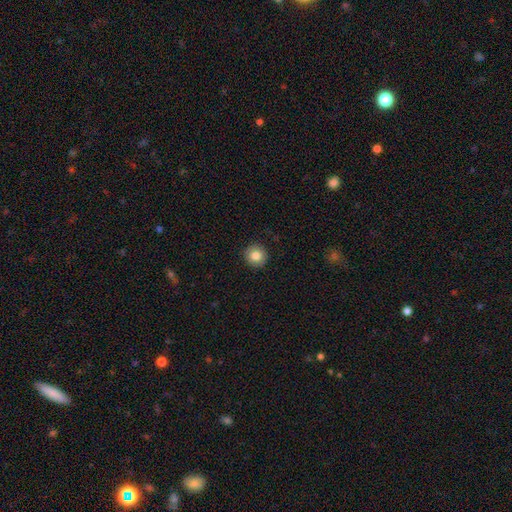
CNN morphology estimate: Smooth or featured? smooth (83%)
How rounded? round (94%)
Merging? none (91%)